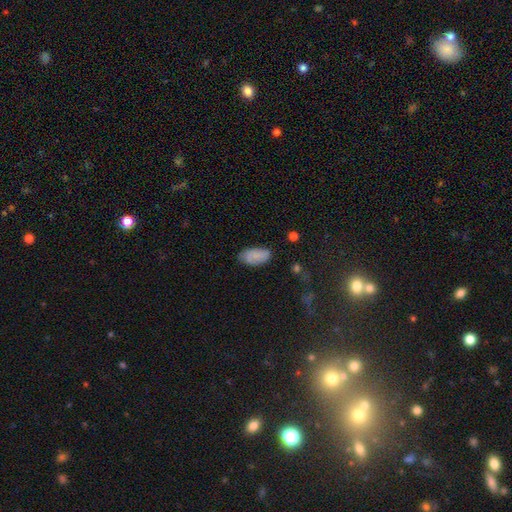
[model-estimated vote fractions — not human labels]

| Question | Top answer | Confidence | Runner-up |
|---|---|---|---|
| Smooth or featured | smooth | 78% | featured or disk (15%) |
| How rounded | in between | 94% | round (3%) |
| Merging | none | 72% | minor disturbance (22%) |